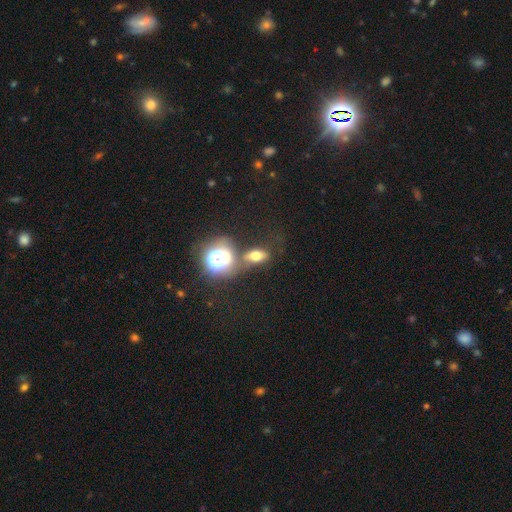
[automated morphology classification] Overall: smooth (59%; star or artifact 25%). How rounded: in between (71%). Merging: none (64%).